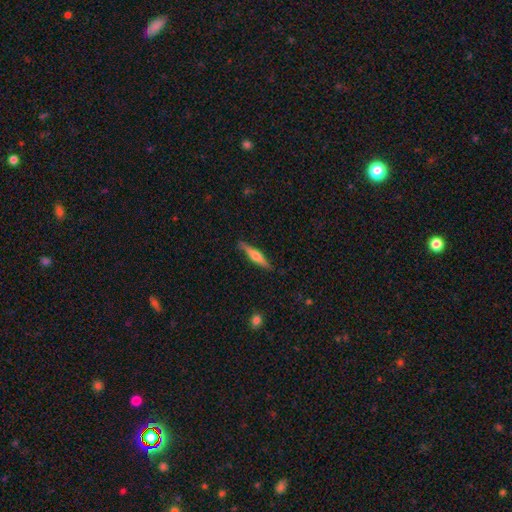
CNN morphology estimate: featured or disk 58%, smooth 36%, star or artifact 6%. Down the decision tree: edge-on disk — yes (97%); edge-on bulge — rounded (82%); merging — none (86%).